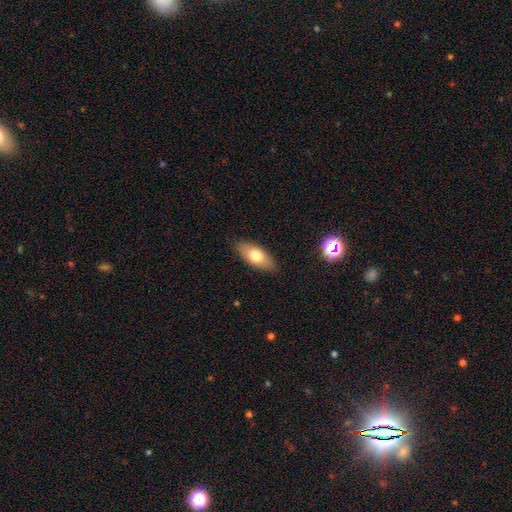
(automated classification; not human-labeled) Q: Smooth or featured?
A: smooth (71%); runner-up: featured or disk (22%)
Q: How rounded?
A: in between (84%); runner-up: cigar-shaped (13%)
Q: Merging?
A: none (87%); runner-up: minor disturbance (10%)